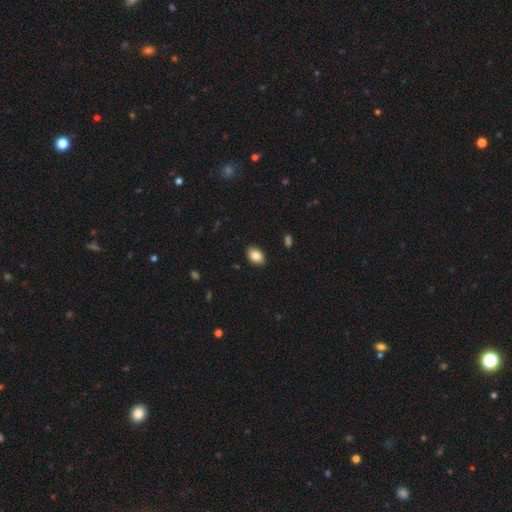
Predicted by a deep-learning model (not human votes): Smooth or featured?
  - smooth: 85% *
  - star or artifact: 8%
  - featured or disk: 7%
How rounded?
  - in between: 85% *
  - round: 14%
  - cigar-shaped: 1%
Merging?
  - none: 89% *
  - minor disturbance: 8%
  - major disturbance: 2%
  - merger: 1%